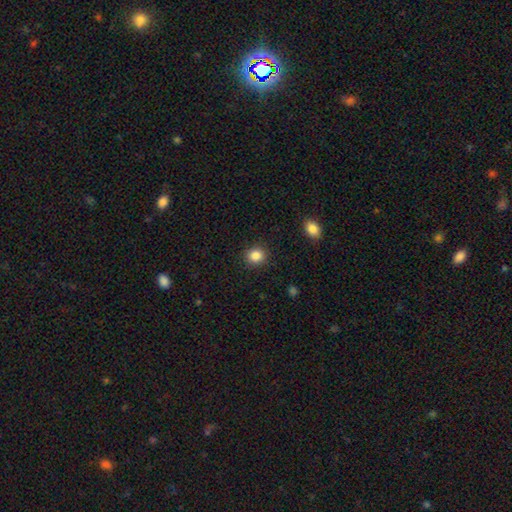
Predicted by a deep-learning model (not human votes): This is clearly a smooth galaxy (86%). How rounded: clearly round (83%). Merging: clearly none (90%).